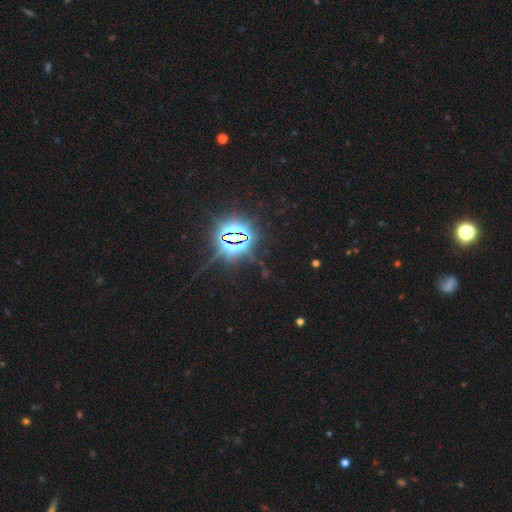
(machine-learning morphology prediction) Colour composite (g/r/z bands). It shows a star or artifact, not a galaxy (86%).